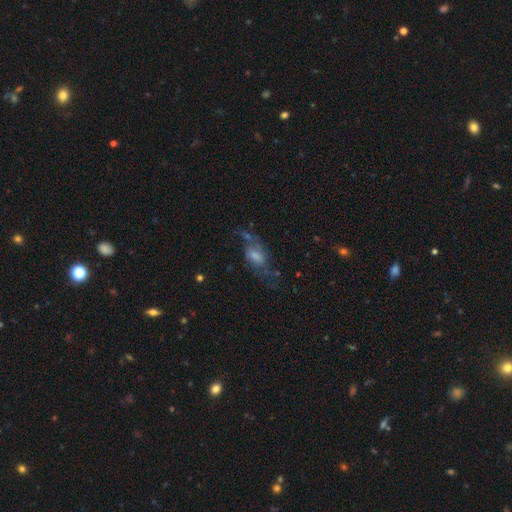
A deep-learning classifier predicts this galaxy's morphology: Overall: featured or disk (56%; smooth 33%). Edge-on disk: no (88%). Merging: none (42%; major disturbance 30%).